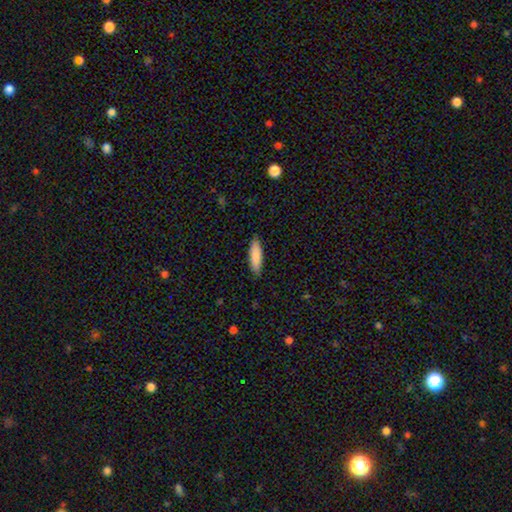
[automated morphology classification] This is clearly a smooth galaxy (86%). How rounded: likely cigar-shaped (60%). Merging: clearly none (89%).